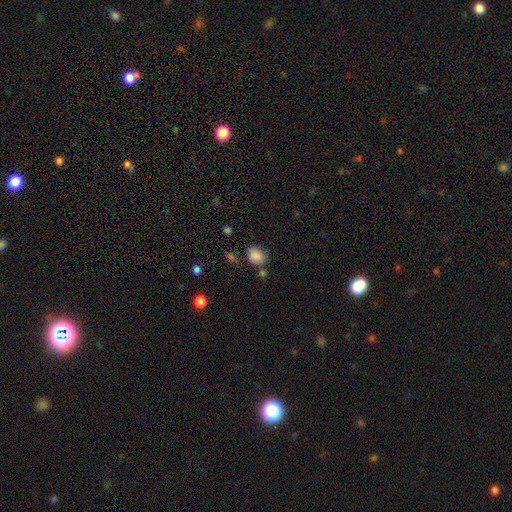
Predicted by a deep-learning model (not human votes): smooth 84%, star or artifact 9%, featured or disk 7%. Down the decision tree: how rounded — round (60%); merging — none (64%).